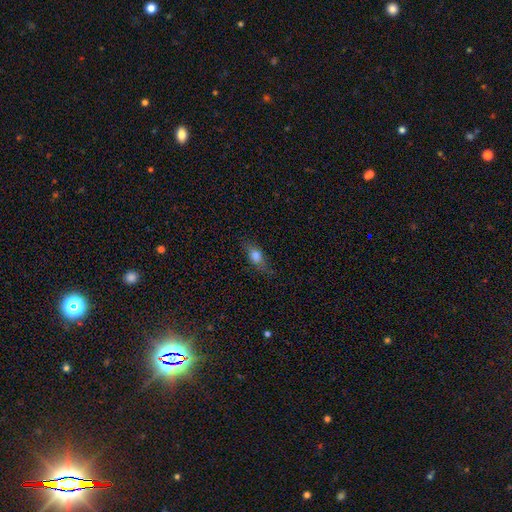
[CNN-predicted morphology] Smooth or featured? Predicted: smooth (p=0.70). How rounded? Predicted: in between (p=0.70). Merging? Predicted: none (p=0.72).